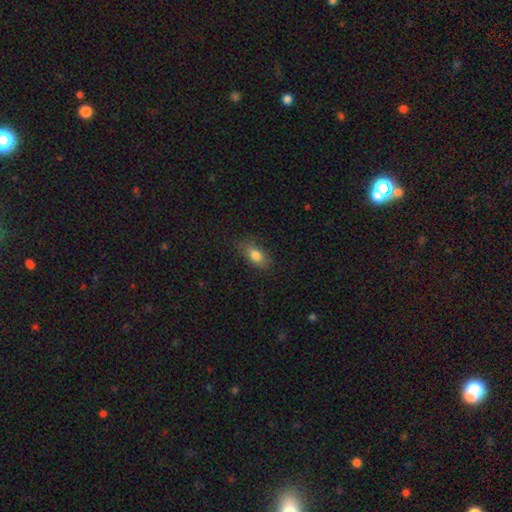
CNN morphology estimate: This appears to be a smooth galaxy with no disk features (80%) that is in between round and cigar-shaped (85%). Merging: none (77%).